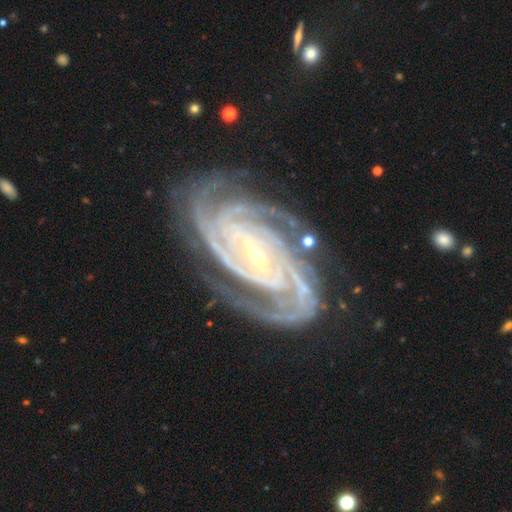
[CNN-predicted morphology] This appears to be a featured or disk galaxy (93%) with a strong bar (38%), 4 (29%) tight (75%) spiral arms (99%) and a small central bulge (79%). Merging: none (78%).